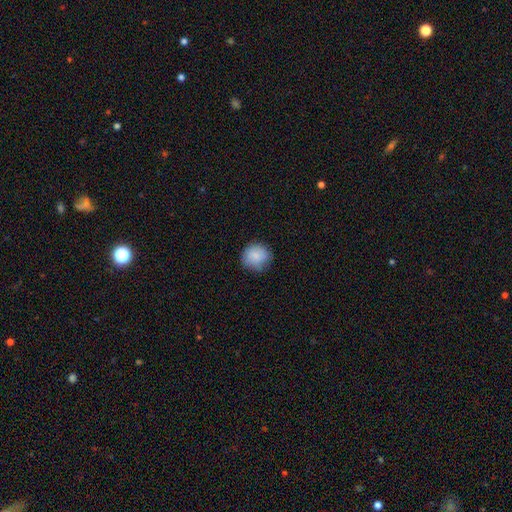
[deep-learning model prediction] smooth-or-featured: smooth: 84% | featured or disk: 8% | star or artifact: 7%
  how-rounded: round: 86% | in between: 13% | cigar-shaped: 1%
  merging: none: 76% | minor disturbance: 19% | major disturbance: 4% | merger: 1%